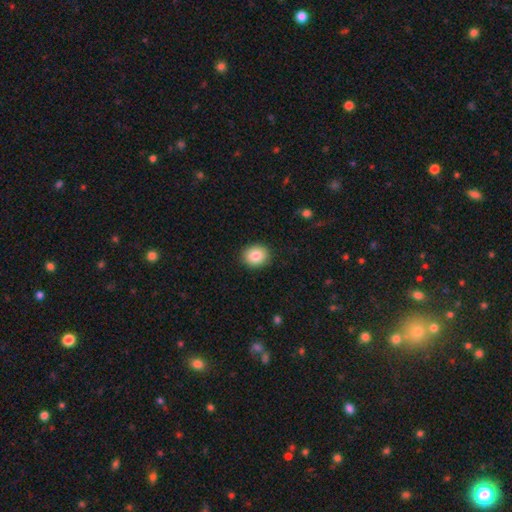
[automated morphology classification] Smooth or featured?
  - smooth: 84% *
  - star or artifact: 9%
  - featured or disk: 7%
How rounded?
  - round: 71% *
  - in between: 28%
  - cigar-shaped: 1%
Merging?
  - none: 91% *
  - minor disturbance: 7%
  - major disturbance: 2%
  - merger: 1%